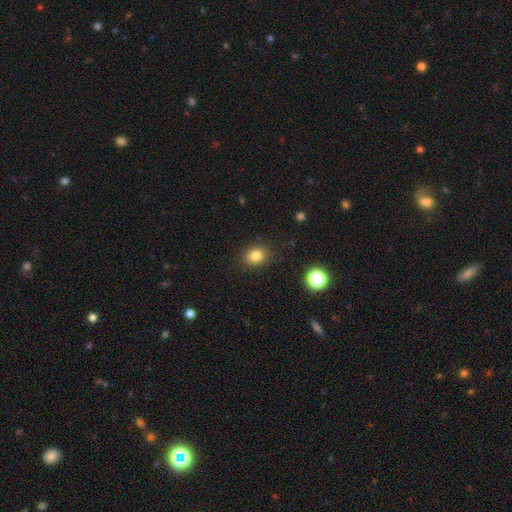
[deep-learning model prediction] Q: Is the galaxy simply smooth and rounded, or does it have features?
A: smooth — 83%.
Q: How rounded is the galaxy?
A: round — 57%.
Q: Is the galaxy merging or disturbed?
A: none — 88%.